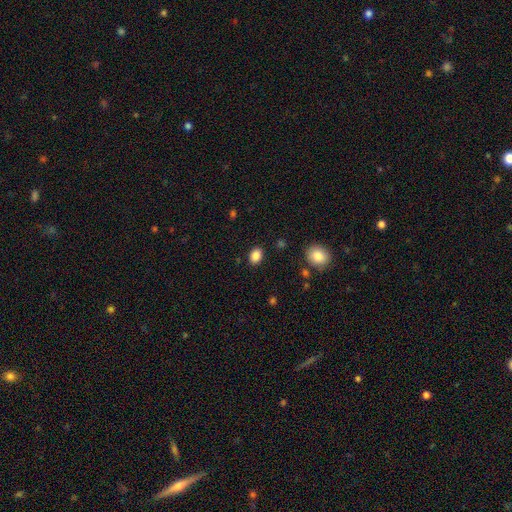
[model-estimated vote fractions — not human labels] A smooth galaxy with no disk features (86%) that is in between round and cigar-shaped (70%).

Vote fractions:
- Smooth or featured? smooth: 86% / star or artifact: 10% / featured or disk: 4%
- How rounded? in between: 70% / round: 29% / cigar-shaped: 1%
- Merging? none: 87% / minor disturbance: 9% / major disturbance: 3% / merger: 2%